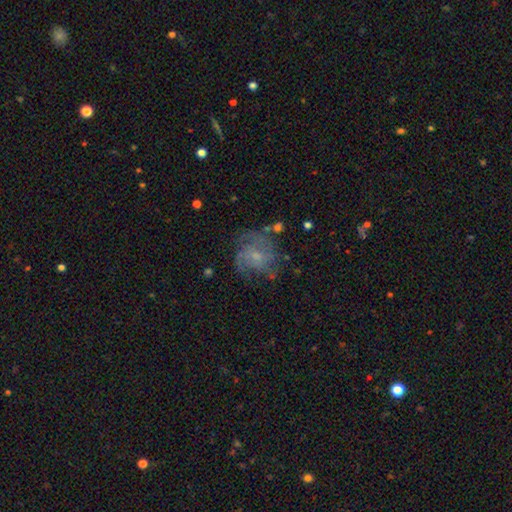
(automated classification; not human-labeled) Morphology: type=featured or disk (62%); edge-on=no (98%); bar=no (66%); spiral arms=yes (76%); bulge=small (60%); merging=none (58%).